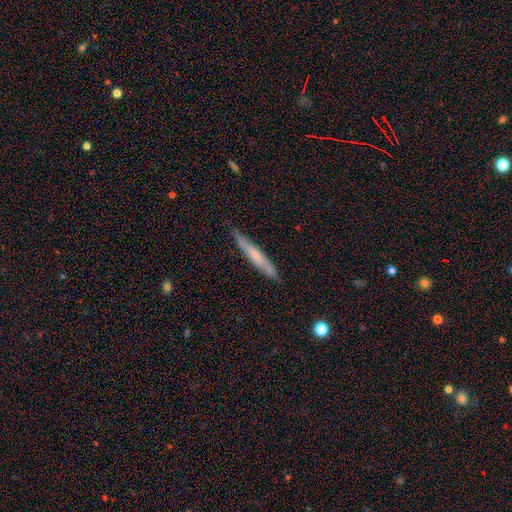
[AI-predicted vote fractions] smooth-or-featured: smooth: 52% | featured or disk: 42% | star or artifact: 6%
  how-rounded: cigar-shaped: 95% | in between: 4% | round: 1%
  merging: none: 84% | minor disturbance: 13% | major disturbance: 2% | merger: 1%